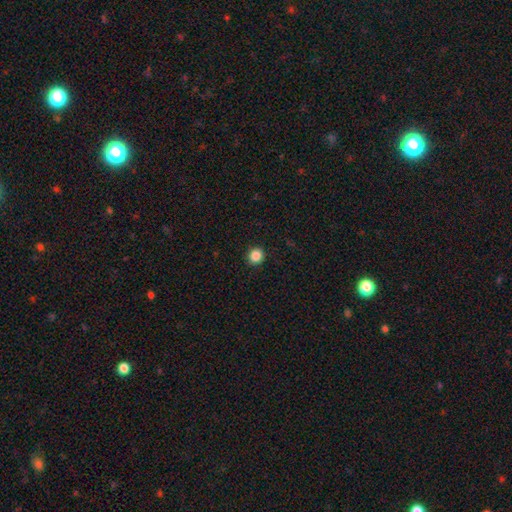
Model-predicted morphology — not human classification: Smooth or featured? smooth (86%)
How rounded? round (93%)
Merging? none (92%)